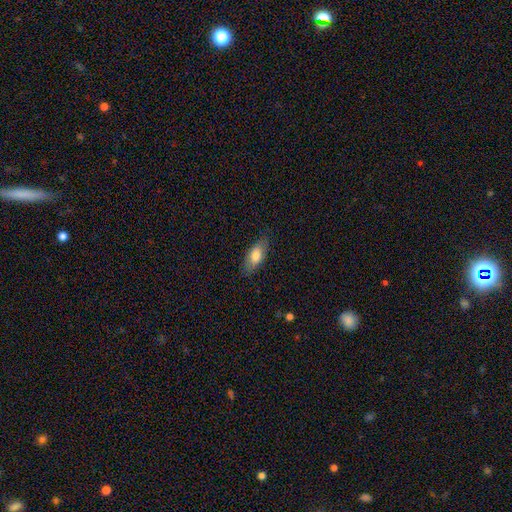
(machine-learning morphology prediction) A smooth galaxy with no disk features (77%) that is in between round and cigar-shaped (82%). Merging: none (83%).